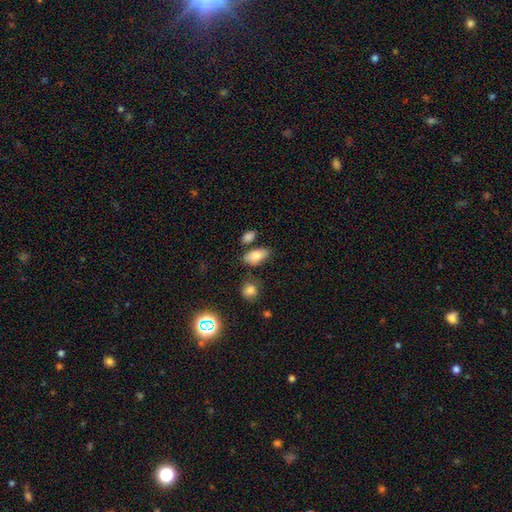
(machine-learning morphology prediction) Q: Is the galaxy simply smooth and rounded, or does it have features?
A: smooth — 80%.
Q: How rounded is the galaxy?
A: in between — 91%.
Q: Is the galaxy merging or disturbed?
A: none — 73%.